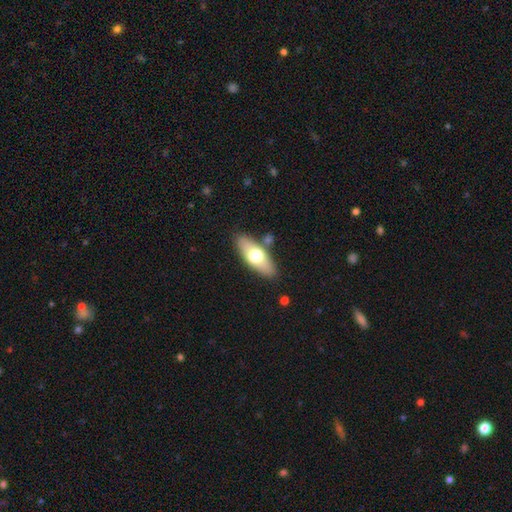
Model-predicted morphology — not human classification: The model was most divided on "smooth or featured": smooth: 59%, featured or disk: 35%, star or artifact: 6%. More confident: merging — none (82%); how rounded — in between (70%).